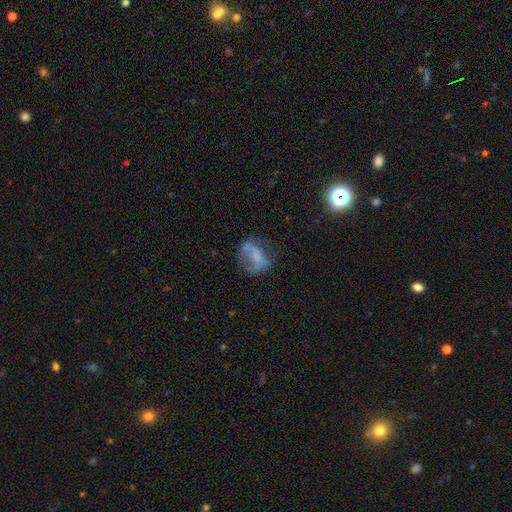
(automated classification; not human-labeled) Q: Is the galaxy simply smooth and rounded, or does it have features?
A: featured or disk — 47%.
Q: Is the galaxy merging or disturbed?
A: none — 41%.